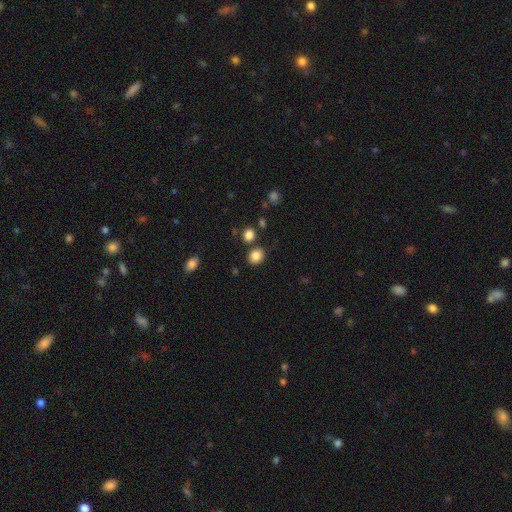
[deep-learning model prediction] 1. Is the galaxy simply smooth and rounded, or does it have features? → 85% smooth, 10% star or artifact, 5% featured or disk.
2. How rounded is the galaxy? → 65% round, 34% in between, 1% cigar-shaped.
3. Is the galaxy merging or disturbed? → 79% none, 10% minor disturbance, 8% merger, 3% major disturbance.